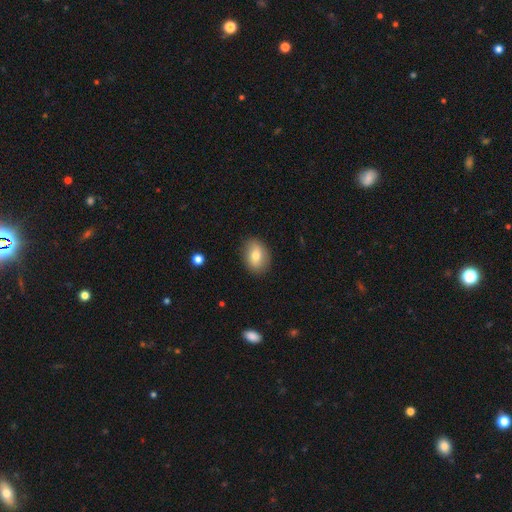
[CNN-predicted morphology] A smooth galaxy with no disk features (73%) that is in between round and cigar-shaped (72%).

Vote fractions:
- Smooth or featured? smooth: 73% / featured or disk: 18% / star or artifact: 8%
- How rounded? in between: 72% / round: 27% / cigar-shaped: 1%
- Merging? none: 85% / minor disturbance: 11% / major disturbance: 3% / merger: 1%